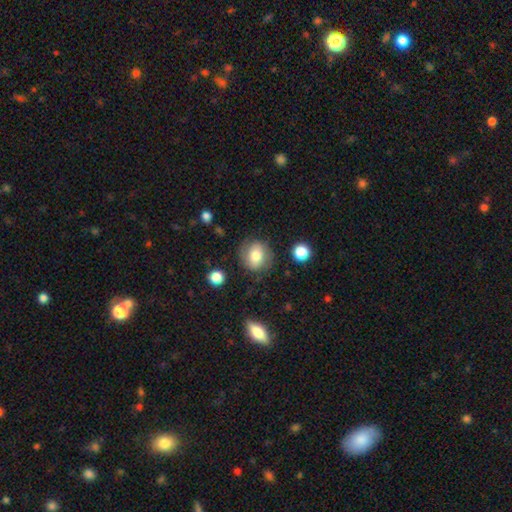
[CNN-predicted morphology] Smooth or featured?
  - smooth: 70% *
  - featured or disk: 21%
  - star or artifact: 9%
How rounded?
  - round: 73% *
  - in between: 26%
  - cigar-shaped: 1%
Merging?
  - none: 76% *
  - minor disturbance: 16%
  - major disturbance: 6%
  - merger: 2%